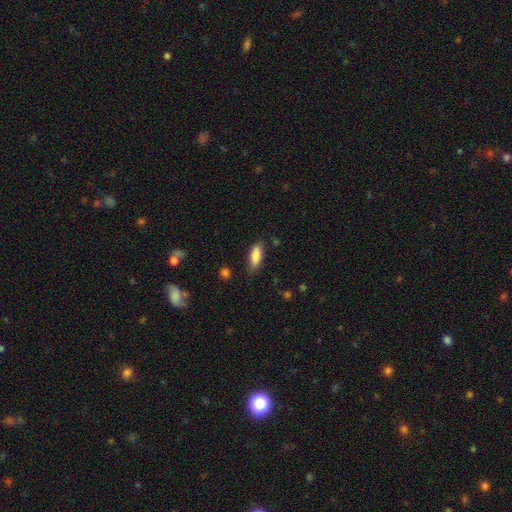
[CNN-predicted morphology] Smooth or featured: smooth — 85% (featured or disk — 8%)
How rounded: in between — 75% (cigar-shaped — 23%)
Merging: none — 79% (minor disturbance — 16%)